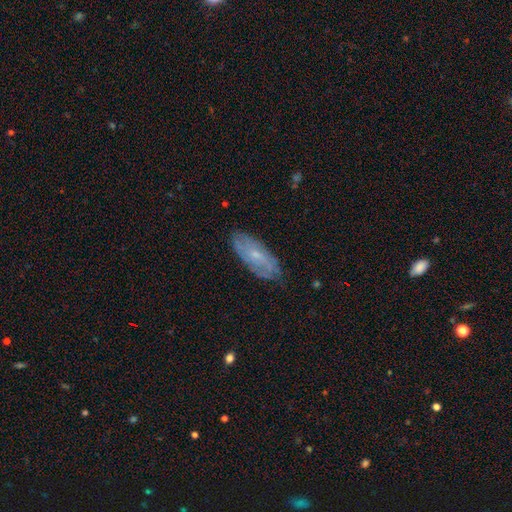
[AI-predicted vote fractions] This is possibly a featured or disk galaxy (58%). It is clearly not viewed edge-on (86%). Merging: likely none (78%).